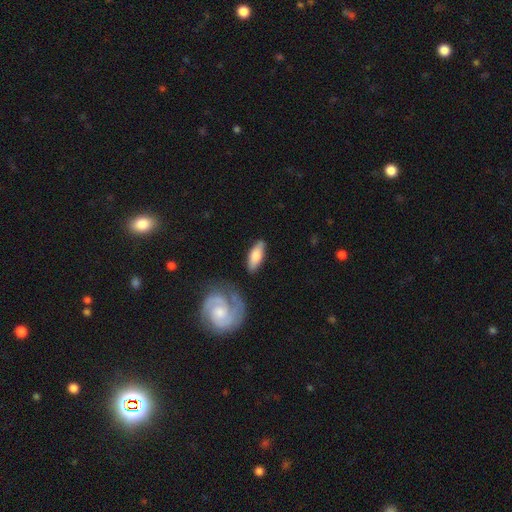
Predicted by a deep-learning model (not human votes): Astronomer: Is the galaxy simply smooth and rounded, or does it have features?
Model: smooth — 66%.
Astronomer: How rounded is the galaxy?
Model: in between — 65%.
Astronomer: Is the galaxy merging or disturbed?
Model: none — 76%.